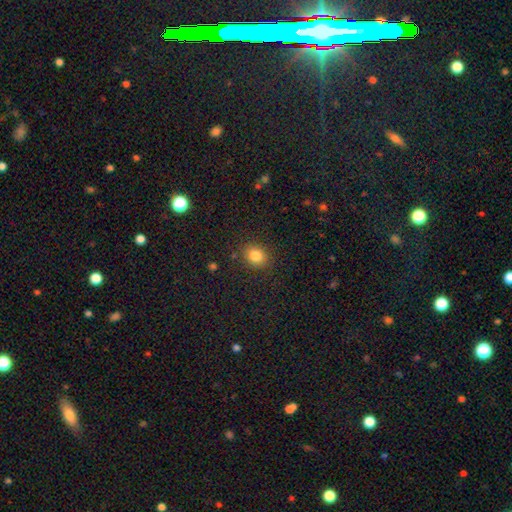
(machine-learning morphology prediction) smooth-or-featured: smooth: 83% | star or artifact: 11% | featured or disk: 6%
  how-rounded: round: 57% | in between: 42% | cigar-shaped: 1%
  merging: none: 86% | minor disturbance: 10% | major disturbance: 3% | merger: 2%